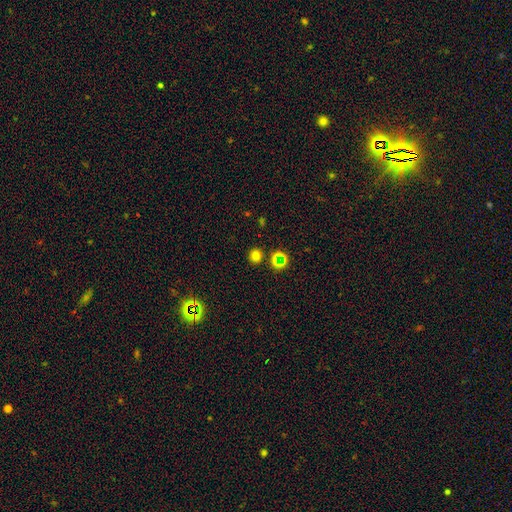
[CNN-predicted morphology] type=smooth (71%); roundness=round (90%); merging=none (86%).